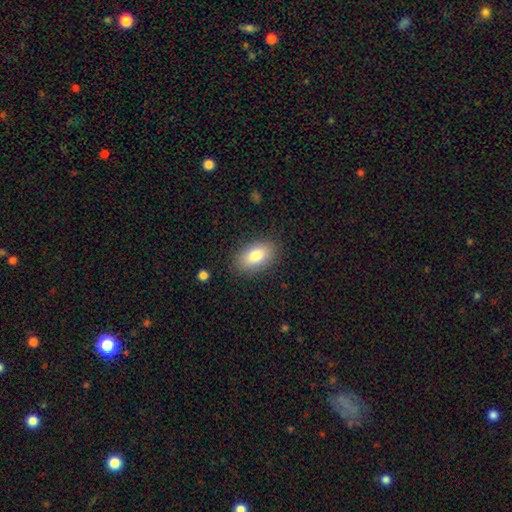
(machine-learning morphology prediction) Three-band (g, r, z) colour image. It shows a smooth galaxy with no disk features (81%) that is in between round and cigar-shaped (91%). Merging: none (86%).